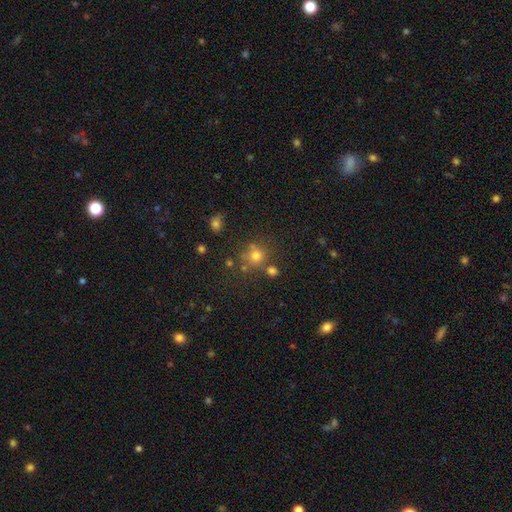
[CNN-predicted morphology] smooth-or-featured: smooth: 69% | star or artifact: 21% | featured or disk: 11%
  how-rounded: round: 83% | in between: 16% | cigar-shaped: 1%
  merging: none: 66% | merger: 17% | minor disturbance: 12% | major disturbance: 5%